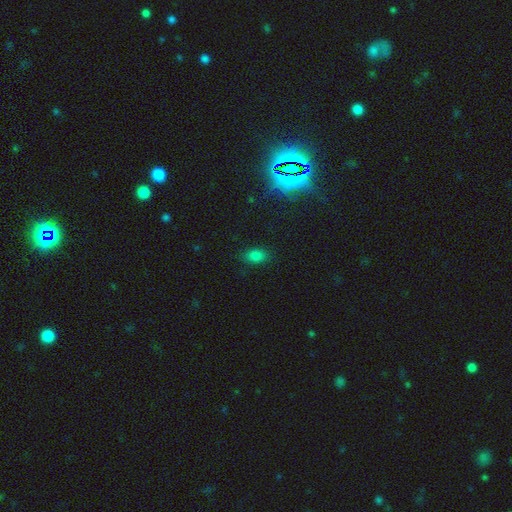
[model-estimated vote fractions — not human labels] This appears to be a smooth galaxy with no disk features (78%) that is in between round and cigar-shaped (84%). Merging: none (83%).